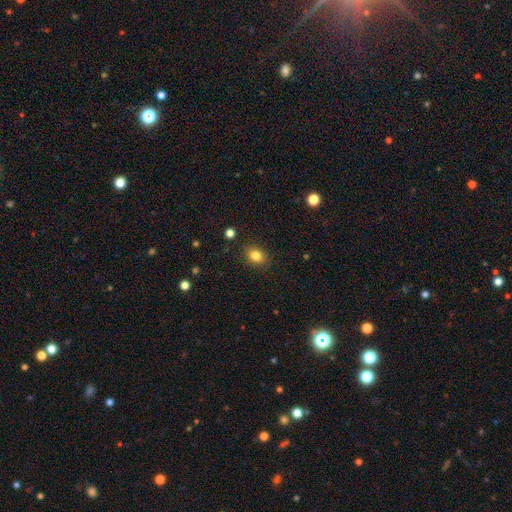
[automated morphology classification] smooth_or_featured: smooth (p=0.84) [alt: star or artifact p=0.11]
how_rounded: in between (p=0.54) [alt: round p=0.45]
merging: none (p=0.87) [alt: minor disturbance p=0.09]